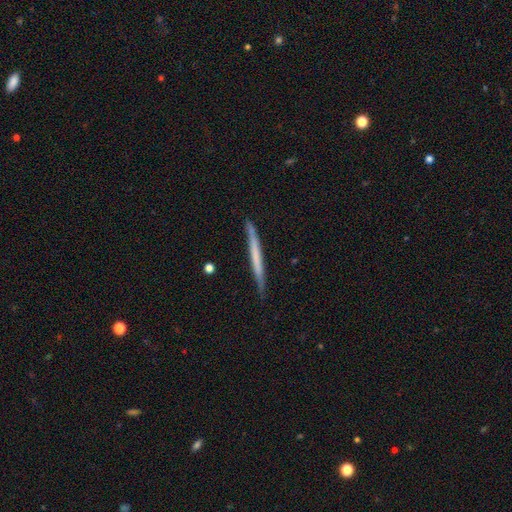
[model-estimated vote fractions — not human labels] Morphology: type=smooth (50%); merging=none (86%).